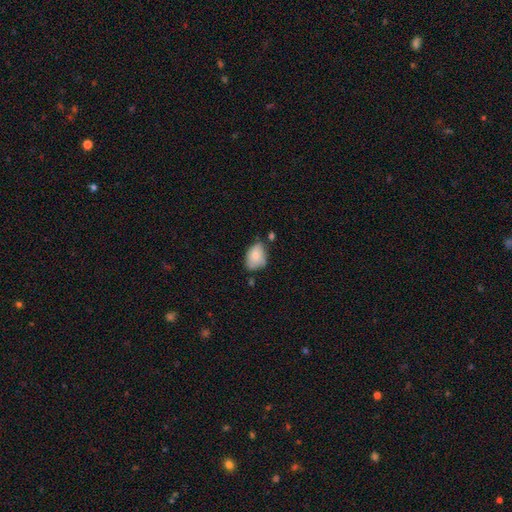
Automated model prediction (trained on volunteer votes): smooth_or_featured: smooth (p=0.76) [alt: featured or disk p=0.17]
how_rounded: in between (p=0.81) [alt: round p=0.18]
merging: none (p=0.49) [alt: minor disturbance p=0.35]